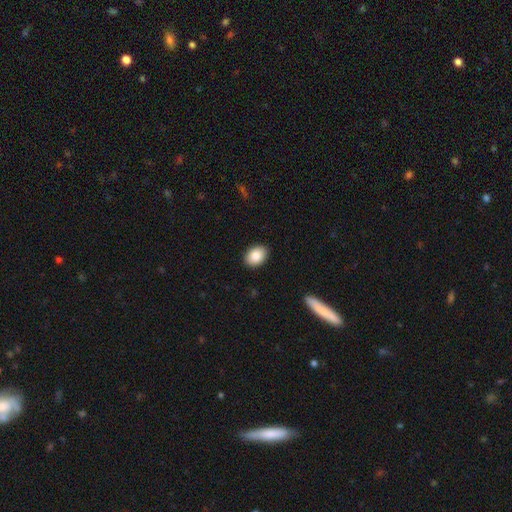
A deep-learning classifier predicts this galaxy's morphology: smooth_or_featured: smooth (p=0.86) [alt: star or artifact p=0.07]
how_rounded: in between (p=0.77) [alt: round p=0.22]
merging: none (p=0.90) [alt: minor disturbance p=0.07]